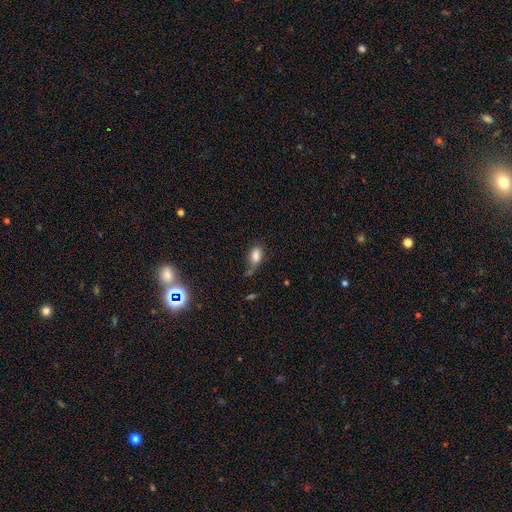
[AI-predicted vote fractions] Smooth or featured: smooth — 80% (featured or disk — 11%)
How rounded: in between — 87% (round — 10%)
Merging: none — 38% (minor disturbance — 30%)